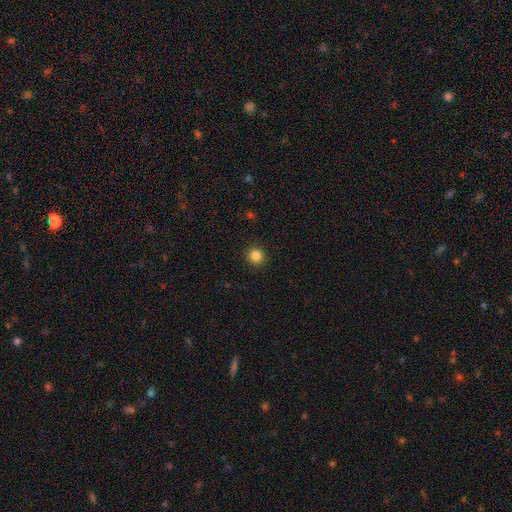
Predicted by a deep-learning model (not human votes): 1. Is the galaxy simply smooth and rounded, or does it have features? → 84% smooth, 12% star or artifact, 4% featured or disk.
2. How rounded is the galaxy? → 93% round, 6% in between, 1% cigar-shaped.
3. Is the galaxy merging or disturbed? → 92% none, 5% minor disturbance, 2% major disturbance, 1% merger.